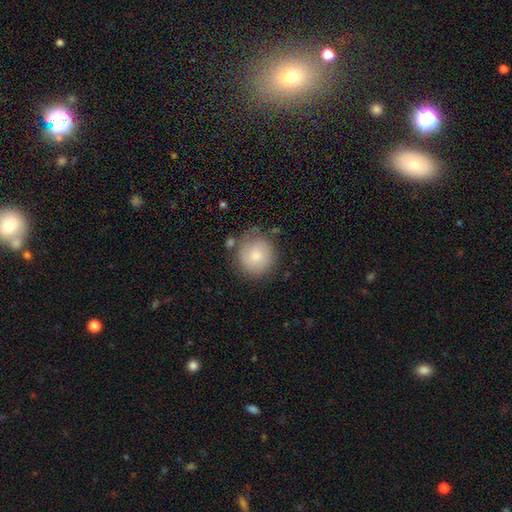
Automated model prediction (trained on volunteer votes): This appears to be a smooth galaxy with no disk features (71%) that is round (90%). Merging: none (69%).